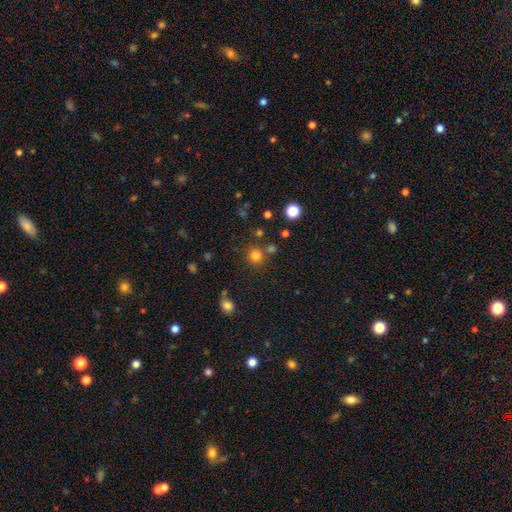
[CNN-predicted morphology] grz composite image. It shows a smooth galaxy with no disk features (78%) that is round (92%). Merging: none (77%).